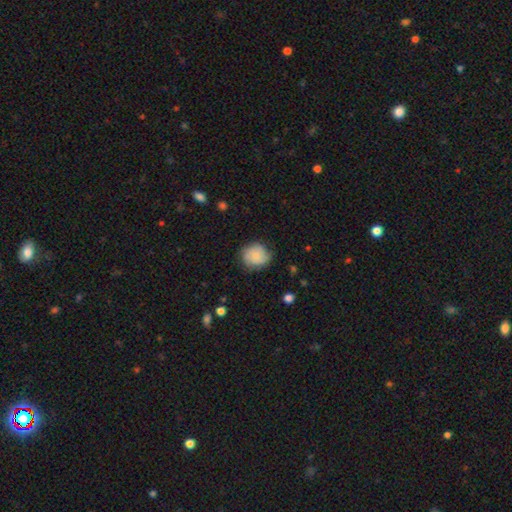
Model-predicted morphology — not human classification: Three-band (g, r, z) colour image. It shows a smooth galaxy with no disk features (65%) that is round (80%). Merging: none (69%).